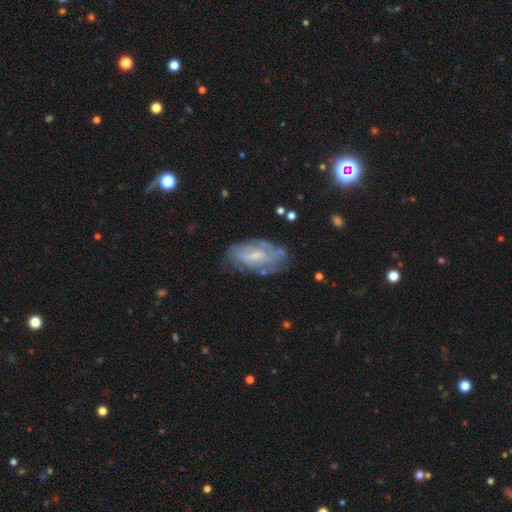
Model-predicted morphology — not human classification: smooth-or-featured: featured or disk: 65% | smooth: 27% | star or artifact: 8%
  disk-edge-on: no: 92% | yes: 8%
    bar: weak: 45% | no: 44% | strong: 11%
    has-spiral-arms: yes: 74% | no: 26%
    bulge-size: small: 51% | moderate: 33% | none: 12% | large: 3% | dominant: 1%
  merging: none: 67% | minor disturbance: 22% | major disturbance: 9% | merger: 2%